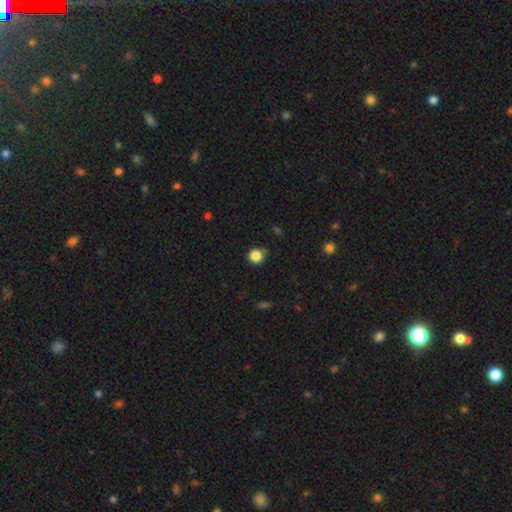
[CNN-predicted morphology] This appears to be a smooth galaxy with no disk features (85%) that is round (93%). Merging: none (80%).